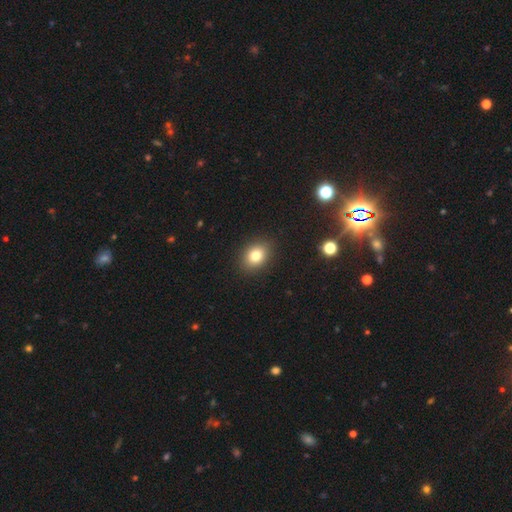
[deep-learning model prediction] The model was most divided on "how rounded": in between: 60%, round: 39%, cigar-shaped: 1%. More confident: merging — none (88%); smooth or featured — smooth (80%).